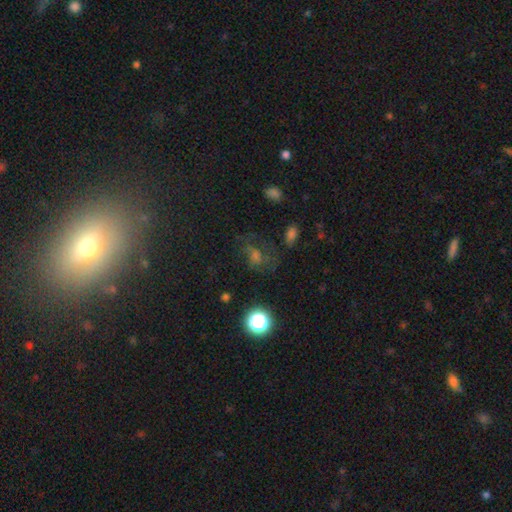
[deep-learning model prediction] A star or artifact, not a galaxy (41%).